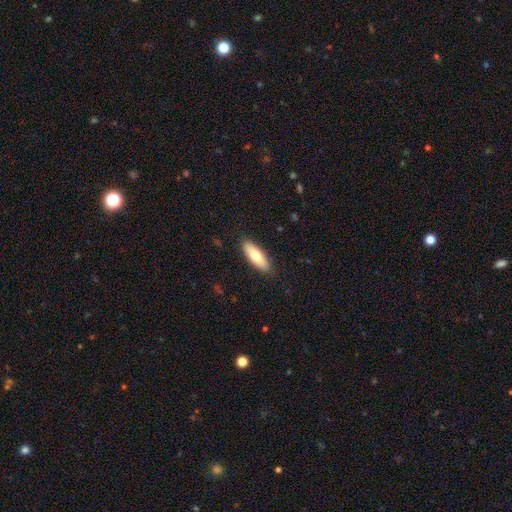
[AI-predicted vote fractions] Overall: smooth (74%). How rounded: in between (65%; cigar-shaped 33%). Merging: none (89%).